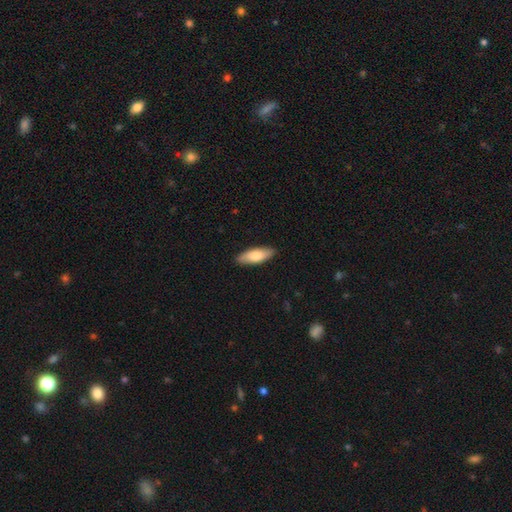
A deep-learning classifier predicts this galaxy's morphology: A smooth galaxy with no disk features (79%) that is in between round and cigar-shaped (67%).

Vote fractions:
- Smooth or featured? smooth: 79% / featured or disk: 17% / star or artifact: 5%
- How rounded? in between: 67% / cigar-shaped: 31% / round: 2%
- Merging? none: 88% / minor disturbance: 9% / major disturbance: 2% / merger: 1%